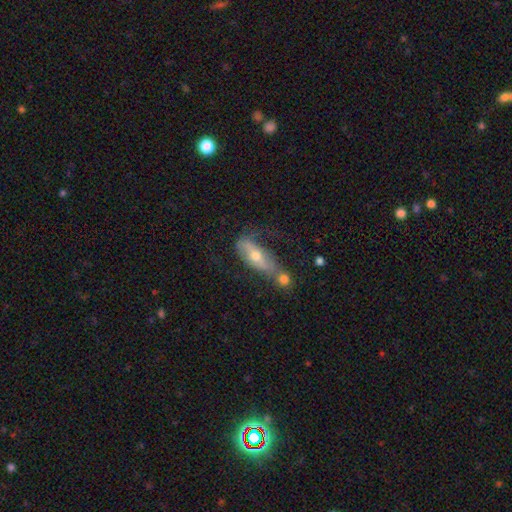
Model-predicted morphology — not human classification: This is possibly a featured or disk galaxy (51%). It is possibly not viewed edge-on (59%). Merging: marginally none (34%).